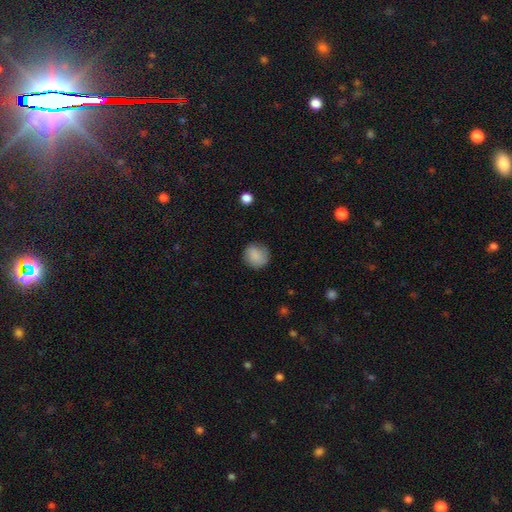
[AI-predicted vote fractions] A smooth galaxy with no disk features (84%) that is round (87%).

Vote fractions:
- Smooth or featured? smooth: 84% / featured or disk: 8% / star or artifact: 8%
- How rounded? round: 87% / in between: 12% / cigar-shaped: 1%
- Merging? none: 81% / minor disturbance: 14% / major disturbance: 4% / merger: 1%